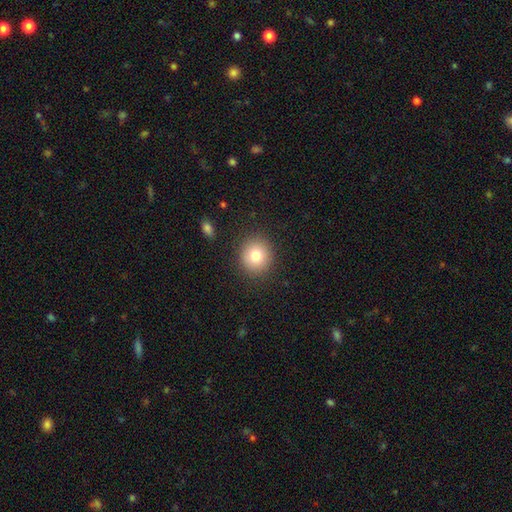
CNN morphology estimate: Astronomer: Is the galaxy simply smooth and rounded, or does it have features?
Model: smooth — 79%.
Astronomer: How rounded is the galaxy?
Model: round — 89%.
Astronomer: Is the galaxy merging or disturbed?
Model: none — 88%.